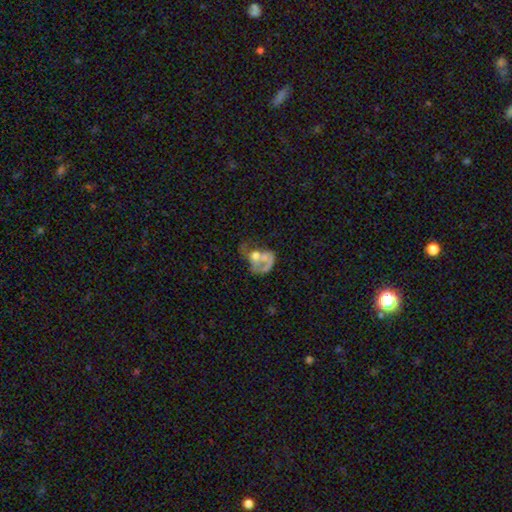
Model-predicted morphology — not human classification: Smooth or featured? Predicted: featured or disk (p=0.49). Merging? Predicted: merger (p=0.44).